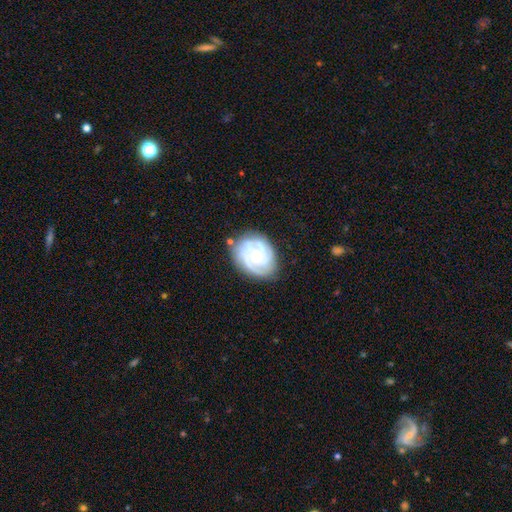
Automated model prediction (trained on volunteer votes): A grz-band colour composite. It shows a featured or disk galaxy (83%) with no bar (70%), 2 (39%) tight (66%) spiral arms (93%) and a moderate central bulge (52%). Merging: none (74%).